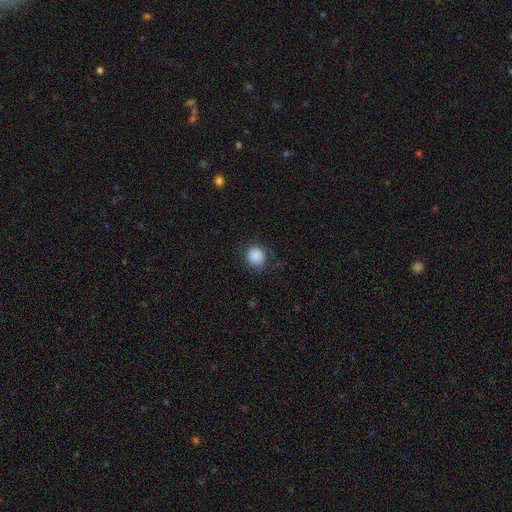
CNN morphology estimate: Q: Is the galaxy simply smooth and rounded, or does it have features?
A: smooth — 87%.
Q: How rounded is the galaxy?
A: round — 86%.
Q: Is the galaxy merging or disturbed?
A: none — 79%.